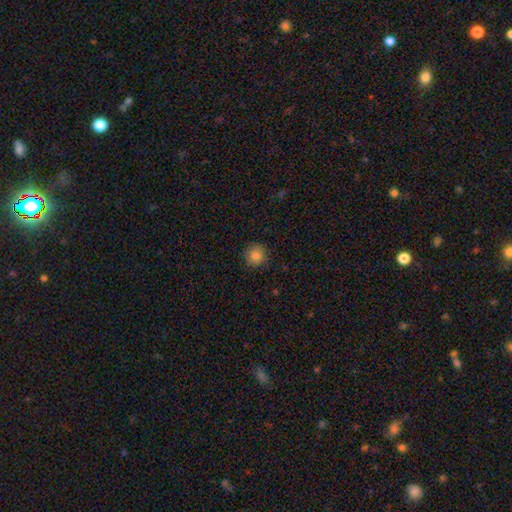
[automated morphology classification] smooth_or_featured: smooth (p=0.84) [alt: star or artifact p=0.10]
how_rounded: round (p=0.93) [alt: in between p=0.06]
merging: none (p=0.88) [alt: minor disturbance p=0.09]